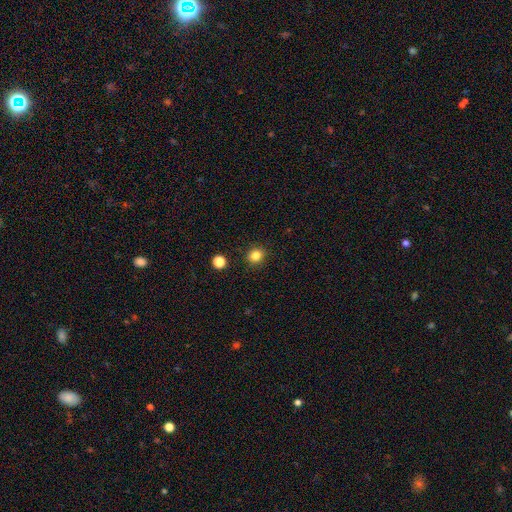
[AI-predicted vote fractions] Q: Smooth or featured?
A: smooth (83%); runner-up: star or artifact (13%)
Q: How rounded?
A: round (85%); runner-up: in between (14%)
Q: Merging?
A: none (91%); runner-up: minor disturbance (6%)